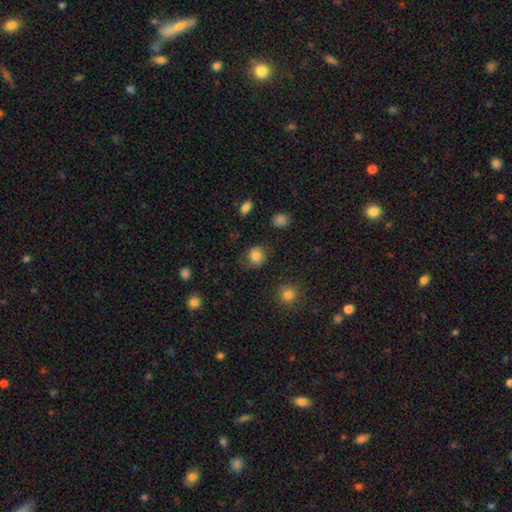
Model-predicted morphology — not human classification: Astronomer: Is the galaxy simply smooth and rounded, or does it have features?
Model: smooth — 79%.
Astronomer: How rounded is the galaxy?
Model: round — 76%.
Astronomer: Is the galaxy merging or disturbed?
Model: none — 69%.